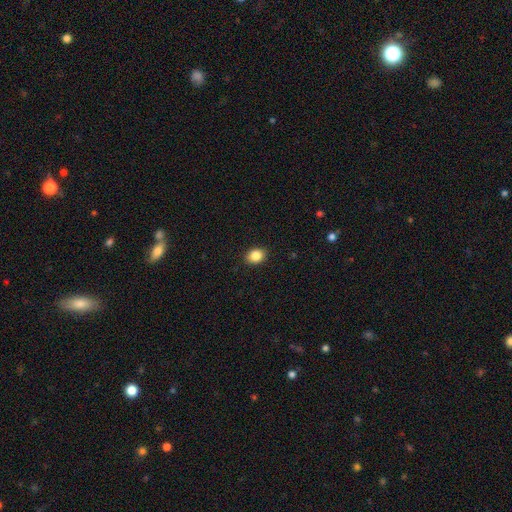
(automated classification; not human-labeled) smooth_or_featured: smooth (p=0.86) [alt: star or artifact p=0.10]
how_rounded: in between (p=0.54) [alt: round p=0.45]
merging: none (p=0.91) [alt: minor disturbance p=0.07]